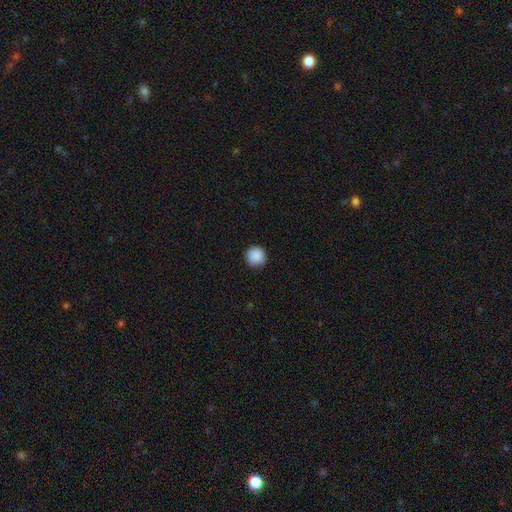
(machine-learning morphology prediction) smooth 90%, star or artifact 8%, featured or disk 2%. Down the decision tree: how rounded — round (96%); merging — none (92%).